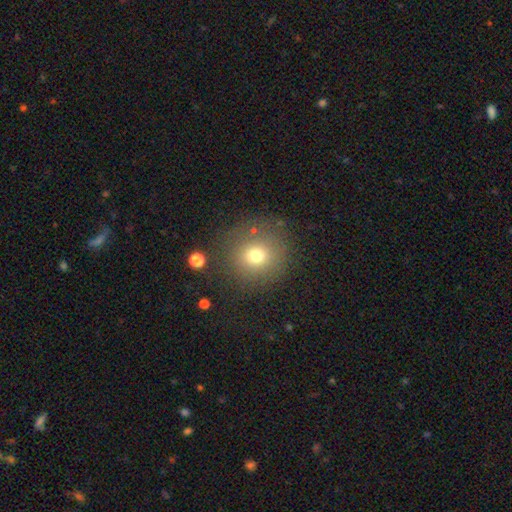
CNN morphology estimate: Smooth or featured?
  - smooth: 72% *
  - star or artifact: 16%
  - featured or disk: 12%
How rounded?
  - round: 91% *
  - in between: 8%
  - cigar-shaped: 1%
Merging?
  - none: 82% *
  - minor disturbance: 10%
  - major disturbance: 5%
  - merger: 3%